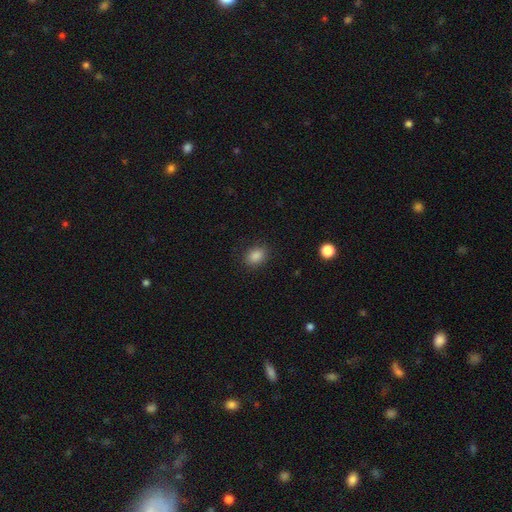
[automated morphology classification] The model was most divided on "how rounded": in between: 69%, round: 30%, cigar-shaped: 1%. More confident: merging — none (87%); smooth or featured — smooth (86%).